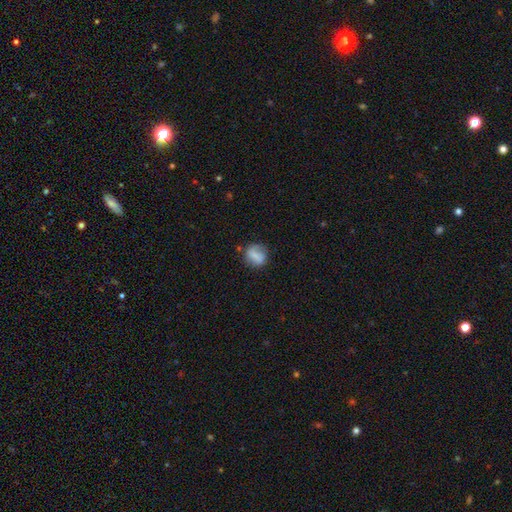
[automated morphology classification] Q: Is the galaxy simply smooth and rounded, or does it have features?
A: smooth — 68%.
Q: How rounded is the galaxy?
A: round — 67%.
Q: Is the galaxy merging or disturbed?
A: none — 69%.